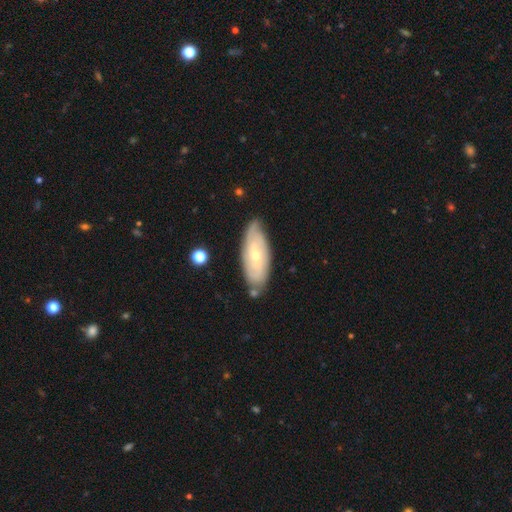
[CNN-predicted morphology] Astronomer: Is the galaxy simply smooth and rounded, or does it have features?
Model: featured or disk — 66%.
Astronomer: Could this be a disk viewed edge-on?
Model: no — 85%.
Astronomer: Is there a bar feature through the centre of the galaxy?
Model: no — 56% (runner-up: weak, 35%).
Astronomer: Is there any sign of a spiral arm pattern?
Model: yes — 82%.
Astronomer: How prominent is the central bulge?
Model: small — 63%.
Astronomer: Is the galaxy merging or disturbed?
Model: none — 74%.